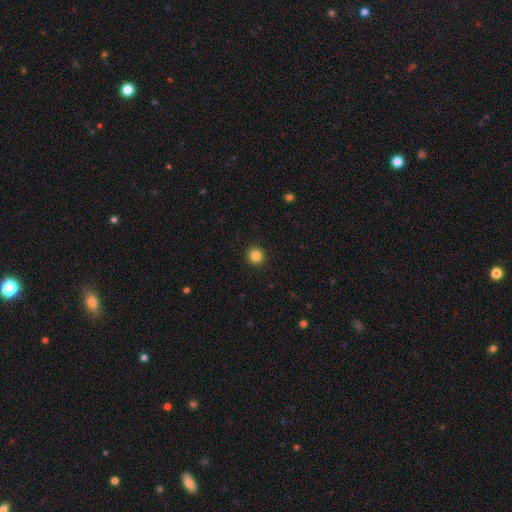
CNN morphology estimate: smooth-or-featured: smooth: 84% | star or artifact: 12% | featured or disk: 5%
  how-rounded: round: 95% | in between: 4% | cigar-shaped: 1%
  merging: none: 93% | minor disturbance: 4% | major disturbance: 2% | merger: 1%